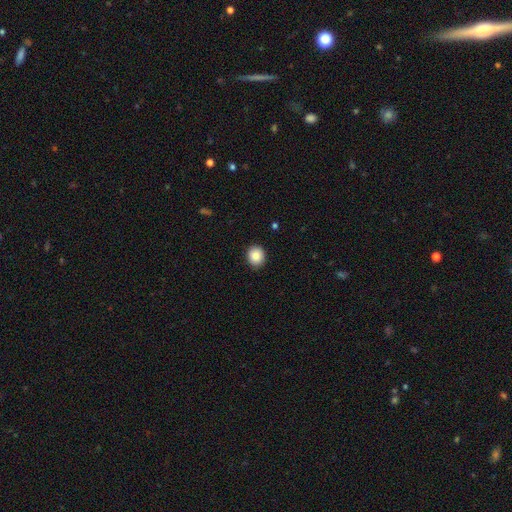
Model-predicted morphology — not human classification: smooth 87%, star or artifact 9%, featured or disk 5%. Down the decision tree: how rounded — round (74%); merging — none (90%).